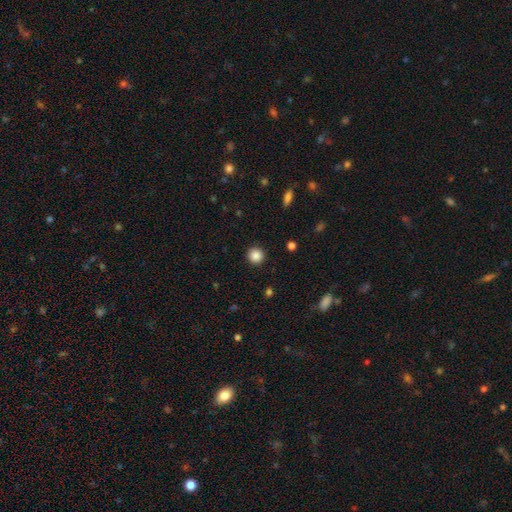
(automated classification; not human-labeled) Morphology: type=smooth (87%); roundness=round (94%); merging=none (92%).